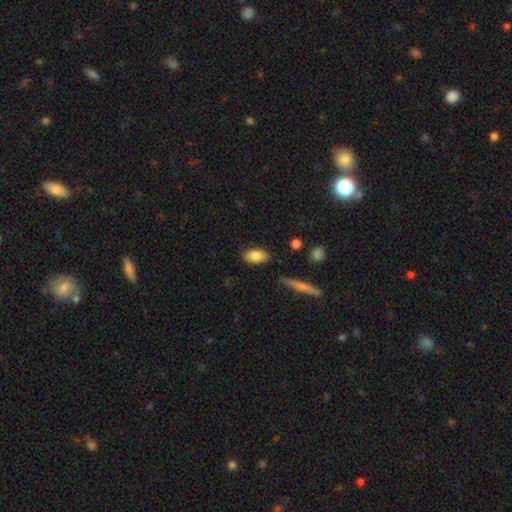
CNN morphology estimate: Smooth or featured: smooth — 85% (featured or disk — 8%)
How rounded: in between — 92% (cigar-shaped — 5%)
Merging: none — 85% (minor disturbance — 11%)